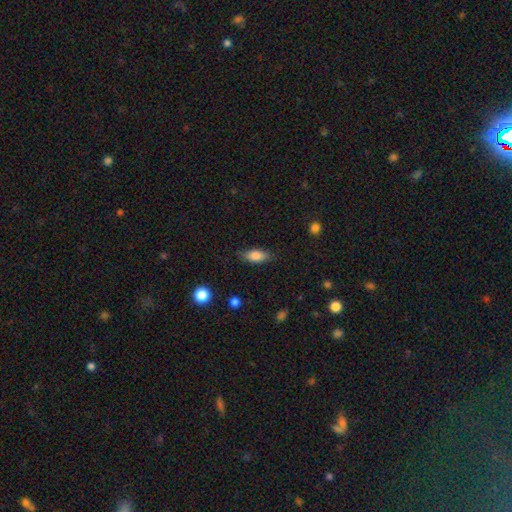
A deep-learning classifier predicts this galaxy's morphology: smooth 82%, featured or disk 10%, star or artifact 8%. Down the decision tree: how rounded — in between (83%); merging — none (80%).